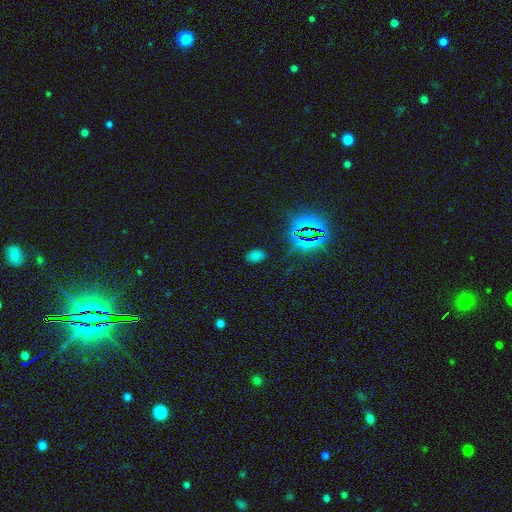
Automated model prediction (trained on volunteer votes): Smooth or featured? smooth (61%)
How rounded? in between (84%)
Merging? none (83%)